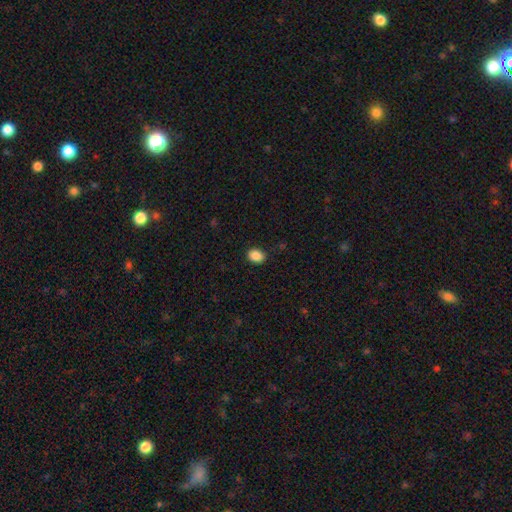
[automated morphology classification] smooth-or-featured: smooth: 89% | star or artifact: 9% | featured or disk: 3%
  how-rounded: in between: 61% | round: 38% | cigar-shaped: 1%
  merging: none: 88% | minor disturbance: 9% | major disturbance: 2% | merger: 1%